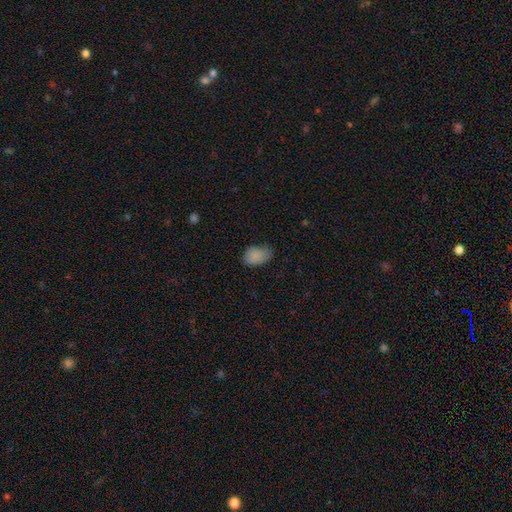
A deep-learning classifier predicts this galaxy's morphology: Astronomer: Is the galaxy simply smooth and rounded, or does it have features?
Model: smooth — 85%.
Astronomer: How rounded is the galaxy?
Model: in between — 86%.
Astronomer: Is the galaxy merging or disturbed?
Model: none — 53% (runner-up: minor disturbance, 36%).